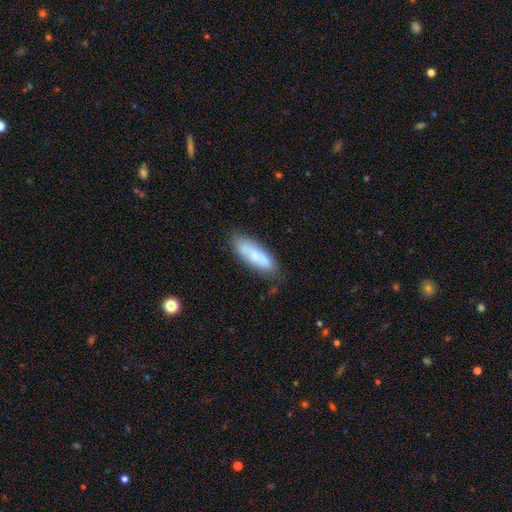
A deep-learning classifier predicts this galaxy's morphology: smooth_or_featured: smooth (p=0.76) [alt: featured or disk p=0.17]
how_rounded: in between (p=0.53) [alt: cigar-shaped p=0.46]
merging: none (p=0.75) [alt: minor disturbance p=0.18]